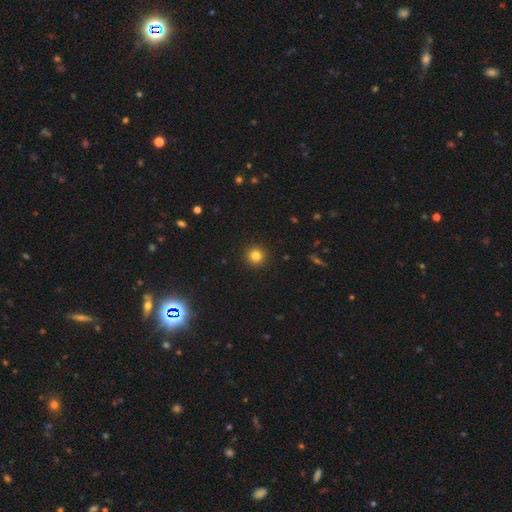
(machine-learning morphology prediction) smooth 82%, star or artifact 13%, featured or disk 6%. Down the decision tree: how rounded — round (95%); merging — none (93%).